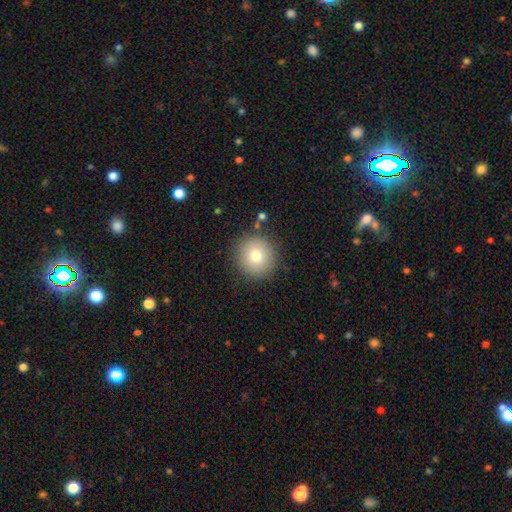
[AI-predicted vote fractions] Overall: smooth (78%). How rounded: round (95%). Merging: none (88%).